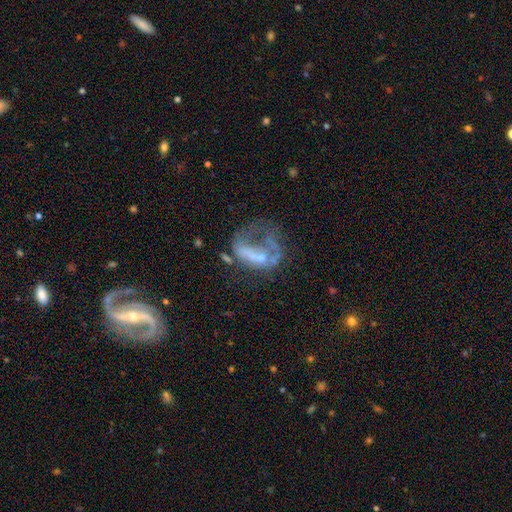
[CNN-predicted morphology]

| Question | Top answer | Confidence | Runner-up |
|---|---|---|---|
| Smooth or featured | featured or disk | 58% | smooth (27%) |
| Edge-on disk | no | 95% | yes (5%) |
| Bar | no | 73% | weak (18%) |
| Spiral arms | no | 78% | yes (22%) |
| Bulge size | none | 42% | small (35%) |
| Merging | major disturbance | 52% | none (23%) |